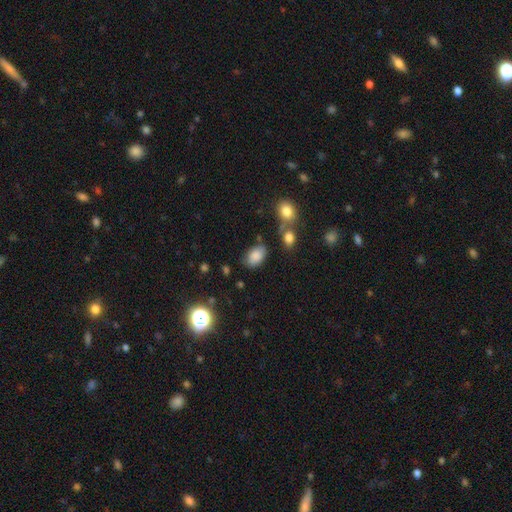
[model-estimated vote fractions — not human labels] This appears to be a smooth galaxy with no disk features (84%) that is in between round and cigar-shaped (88%). Merging: none (72%).